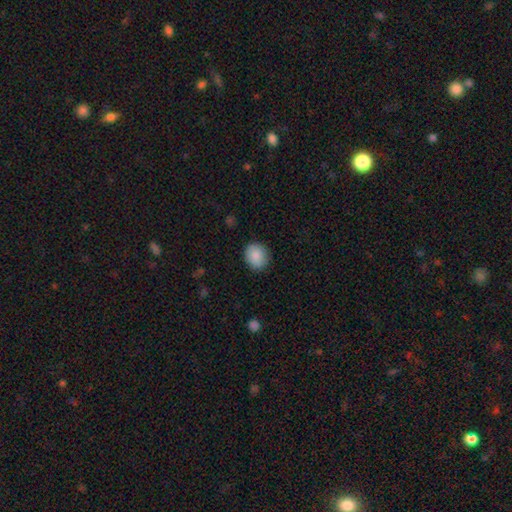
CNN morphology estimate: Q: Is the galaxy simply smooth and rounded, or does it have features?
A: smooth — 88%.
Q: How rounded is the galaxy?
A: round — 67%.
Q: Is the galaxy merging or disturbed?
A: none — 87%.